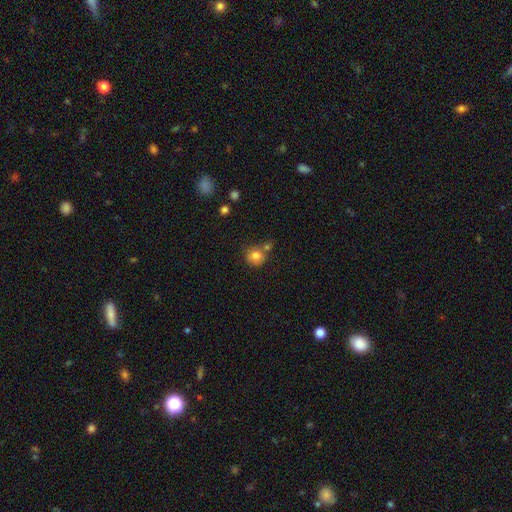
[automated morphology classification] type=smooth (80%); roundness=round (88%); merging=none (60%).